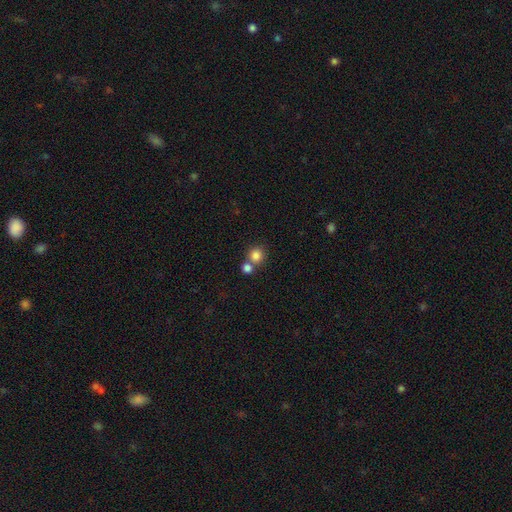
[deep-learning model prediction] A smooth galaxy with no disk features (83%) that is round (90%).

Vote fractions:
- Smooth or featured? smooth: 83% / star or artifact: 11% / featured or disk: 6%
- How rounded? round: 90% / in between: 9% / cigar-shaped: 1%
- Merging? none: 56% / merger: 34% / minor disturbance: 7% / major disturbance: 3%